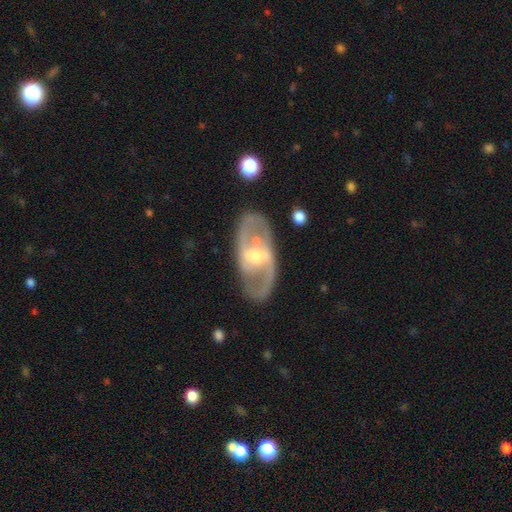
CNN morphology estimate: Smooth or featured: featured or disk — 81% (smooth — 14%)
Edge-on disk: no — 93% (yes — 7%)
Bar: weak — 43% (strong — 33%)
Spiral arms: yes — 79% (no — 21%)
Spiral winding: medium — 49% (loose — 32%)
Spiral arm count: 2 — 83% (can't tell — 9%)
Bulge size: moderate — 48% (small — 38%)
Merging: none — 73% (minor disturbance — 14%)